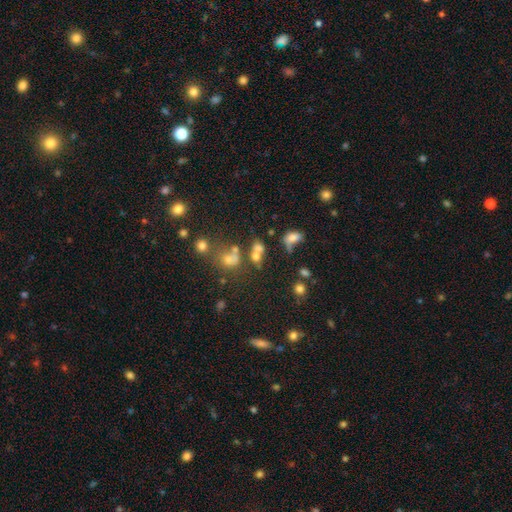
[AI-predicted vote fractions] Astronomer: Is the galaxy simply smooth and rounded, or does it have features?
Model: smooth — 51% (runner-up: star or artifact, 33%).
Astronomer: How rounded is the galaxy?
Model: round — 51% (runner-up: in between, 45%).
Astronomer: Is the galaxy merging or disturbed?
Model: none — 43% (runner-up: merger, 32%).